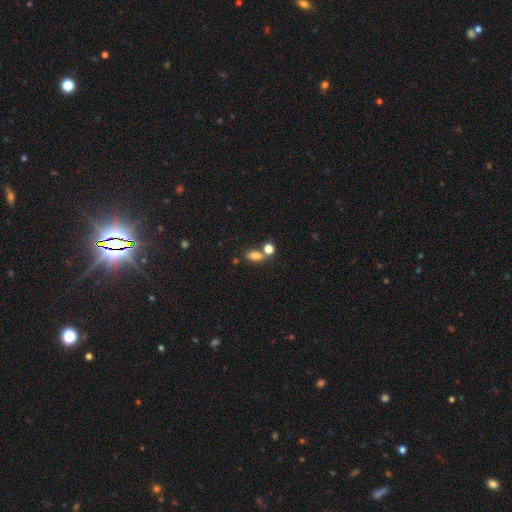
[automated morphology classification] Overall: smooth (77%). How rounded: in between (80%). Merging: none (54%; merger 30%).